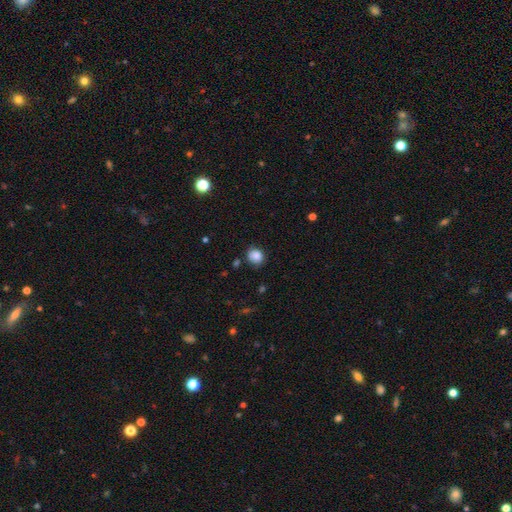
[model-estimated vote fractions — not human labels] A smooth galaxy with no disk features (85%) that is round (69%).

Vote fractions:
- Smooth or featured? smooth: 85% / star or artifact: 9% / featured or disk: 6%
- How rounded? round: 69% / in between: 30% / cigar-shaped: 1%
- Merging? none: 75% / minor disturbance: 18% / major disturbance: 4% / merger: 3%